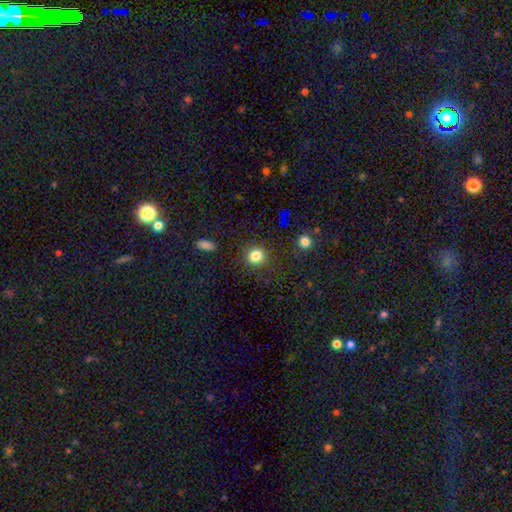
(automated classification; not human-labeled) The model was most divided on "smooth or featured": smooth: 80%, star or artifact: 14%, featured or disk: 6%. More confident: merging — none (87%); how rounded — round (85%).